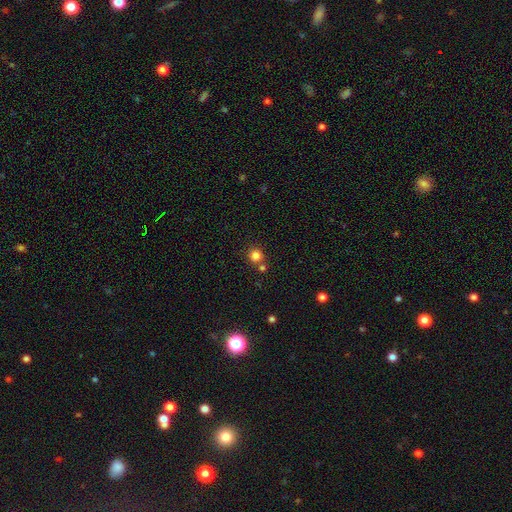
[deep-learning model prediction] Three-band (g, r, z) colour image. It shows a smooth galaxy with no disk features (82%) that is round (92%). Merging: none (73%).